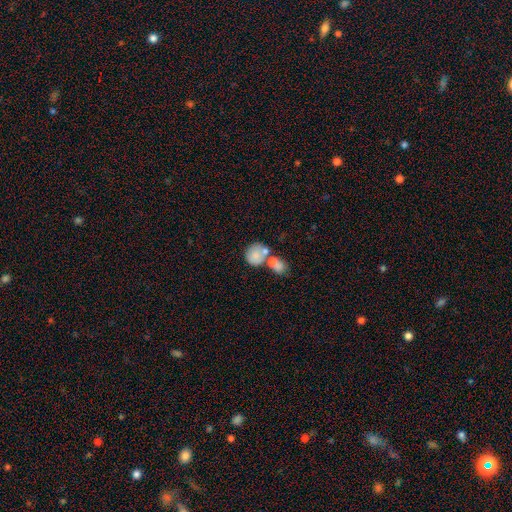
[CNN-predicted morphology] A smooth galaxy with no disk features (73%) that is round (72%). Merging: merger (50%).